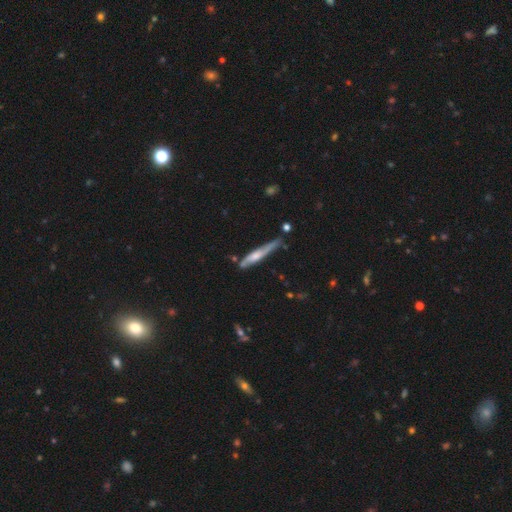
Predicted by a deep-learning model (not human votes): Overall: featured or disk (55%; smooth 39%). Edge-on disk: yes (87%). Merging: none (60%; minor disturbance 27%).